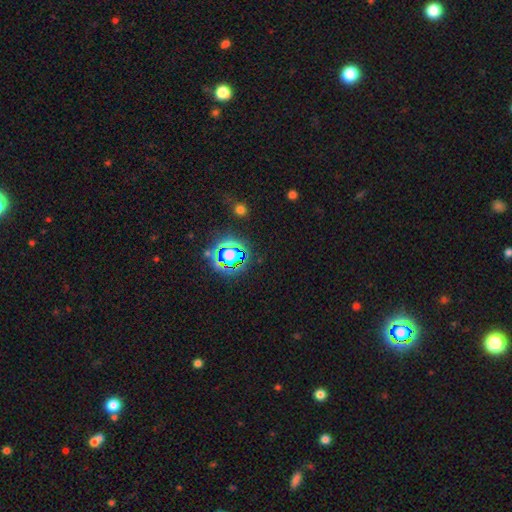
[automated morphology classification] This appears to be a star or artifact, not a galaxy (78%).